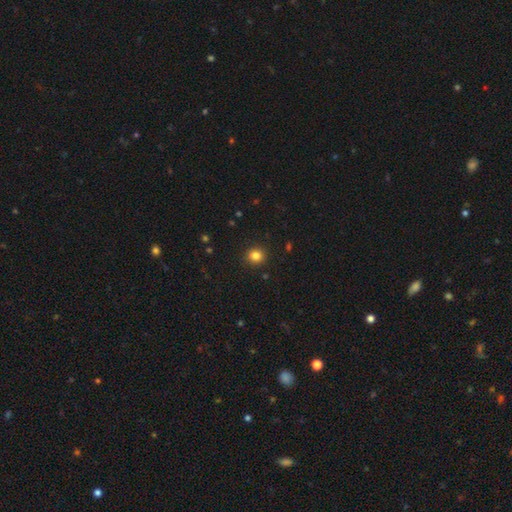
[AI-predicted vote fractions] Q: Smooth or featured?
A: smooth (83%); runner-up: star or artifact (12%)
Q: How rounded?
A: round (88%); runner-up: in between (11%)
Q: Merging?
A: none (91%); runner-up: minor disturbance (6%)